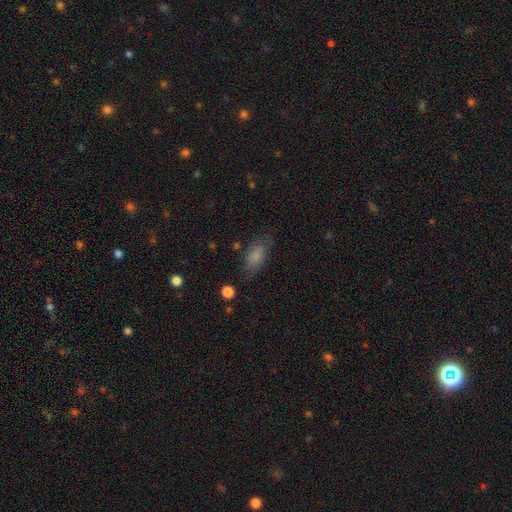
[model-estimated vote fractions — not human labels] This is likely a smooth galaxy (74%). How rounded: clearly in between (87%). Merging: likely none (67%).